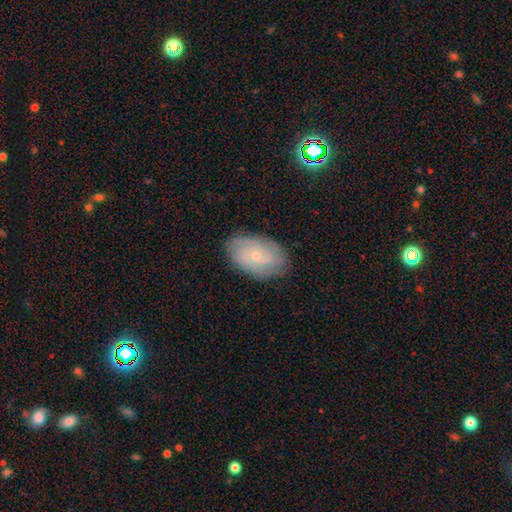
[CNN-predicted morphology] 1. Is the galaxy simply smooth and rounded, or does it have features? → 52% featured or disk, 40% smooth, 8% star or artifact.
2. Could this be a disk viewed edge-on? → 95% no, 5% yes.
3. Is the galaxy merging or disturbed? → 81% none, 14% minor disturbance, 4% major disturbance, 1% merger.